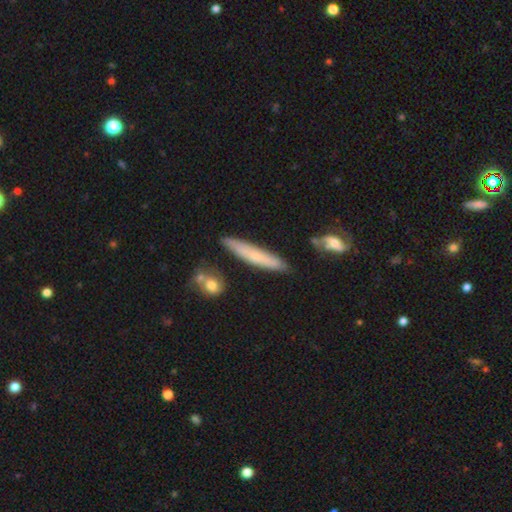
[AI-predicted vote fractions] Overall: smooth (56%; featured or disk 37%). How rounded: cigar-shaped (91%). Merging: none (82%).